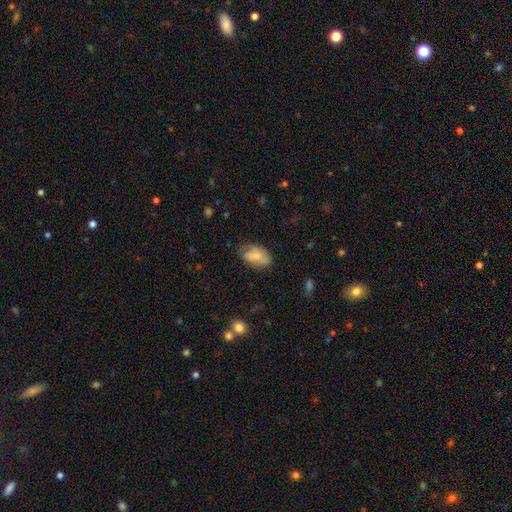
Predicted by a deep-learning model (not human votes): The model was most divided on "merging": none: 58%, minor disturbance: 30%, major disturbance: 10%, merger: 2%. More confident: how rounded — in between (92%); smooth or featured — smooth (77%).